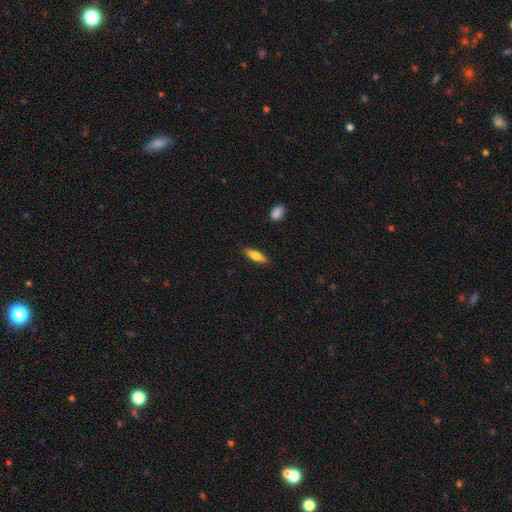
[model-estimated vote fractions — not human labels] This is likely a smooth galaxy (70%). How rounded: possibly cigar-shaped (54%). Merging: clearly none (87%).